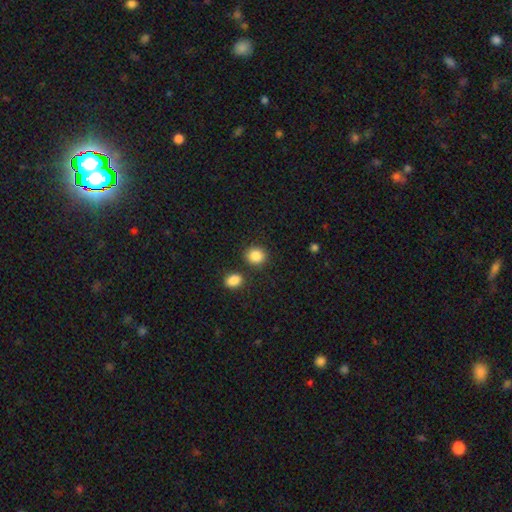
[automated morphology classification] Smooth or featured? smooth (87%)
How rounded? round (78%)
Merging? none (82%)